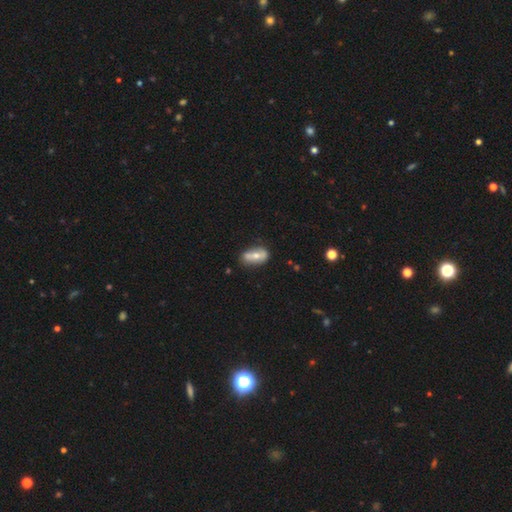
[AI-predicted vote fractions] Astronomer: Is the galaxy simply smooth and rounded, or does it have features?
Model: smooth — 49% (runner-up: featured or disk, 44%).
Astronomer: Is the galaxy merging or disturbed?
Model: none — 63%.